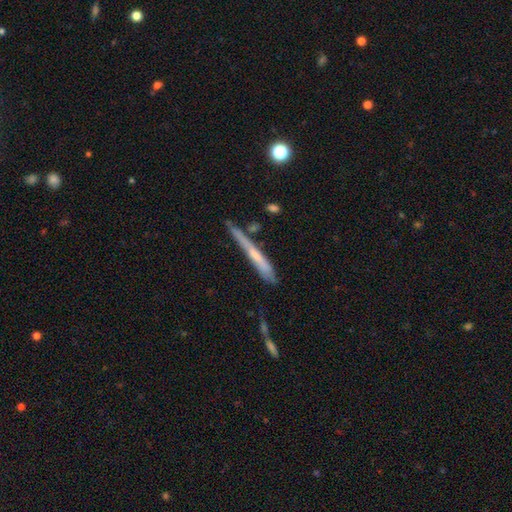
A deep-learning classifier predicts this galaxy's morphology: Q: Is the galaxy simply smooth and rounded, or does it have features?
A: smooth — 47%.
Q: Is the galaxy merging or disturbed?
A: none — 64%.